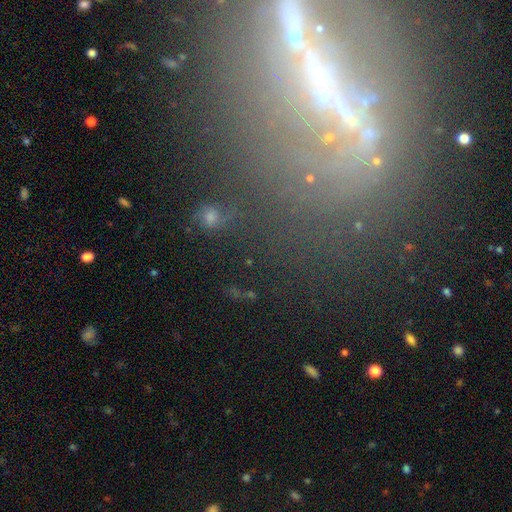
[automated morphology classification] smooth-or-featured: featured or disk: 49% | star or artifact: 36% | smooth: 15%
  merging: none: 65% | minor disturbance: 15% | major disturbance: 14% | merger: 6%